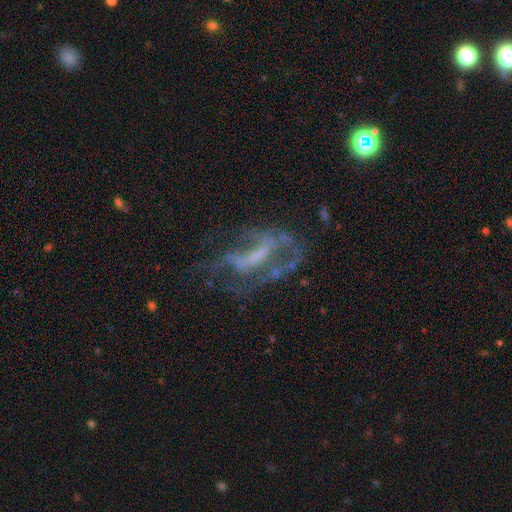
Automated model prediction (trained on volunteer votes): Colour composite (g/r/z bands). It shows a featured or disk galaxy (73%) with no bar (35%), spiral arms (57%) and no central bulge (51%). Merging: major disturbance (41%).